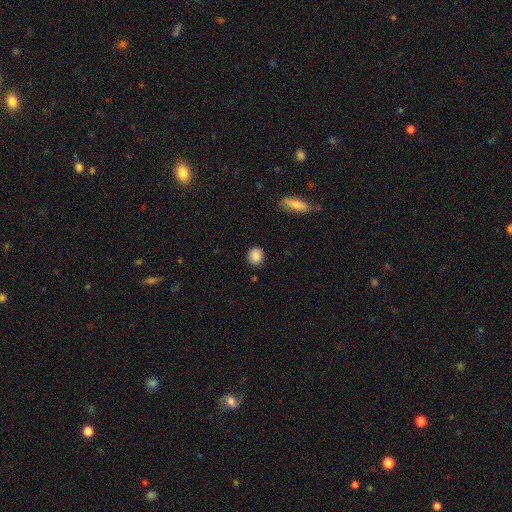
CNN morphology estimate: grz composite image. It shows a smooth galaxy with no disk features (88%) that is round (75%). Merging: none (87%).